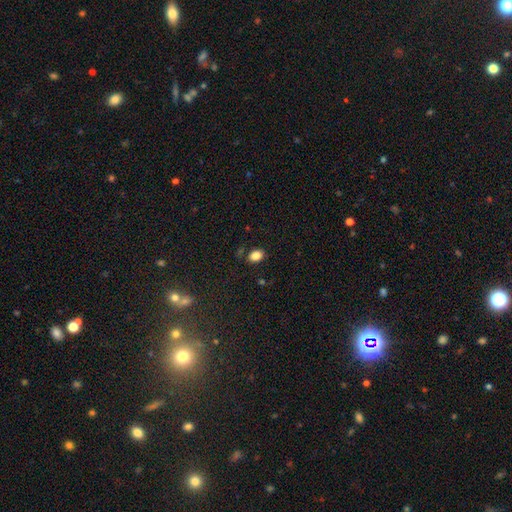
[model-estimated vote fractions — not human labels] Q: Smooth or featured?
A: smooth (85%); runner-up: star or artifact (10%)
Q: How rounded?
A: in between (77%); runner-up: round (22%)
Q: Merging?
A: none (82%); runner-up: minor disturbance (12%)